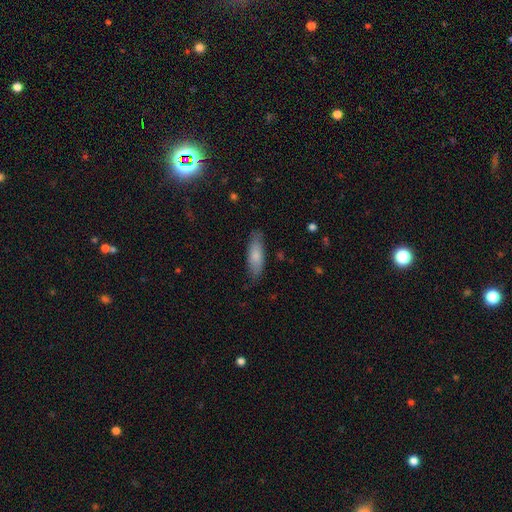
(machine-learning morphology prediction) A smooth galaxy with no disk features (77%) that is in between round and cigar-shaped (60%). Merging: none (79%).